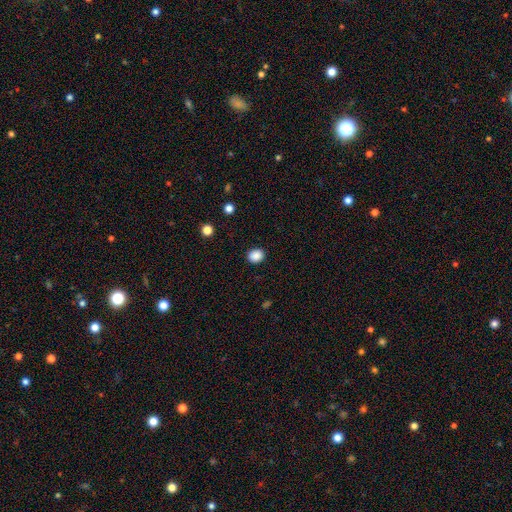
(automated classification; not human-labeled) Smooth or featured? Predicted: smooth (p=0.87). How rounded? Predicted: round (p=0.67). Merging? Predicted: none (p=0.90).